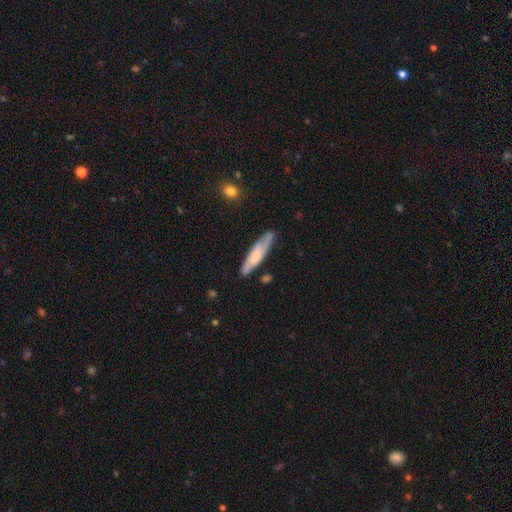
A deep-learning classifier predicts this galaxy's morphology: A smooth galaxy with no disk features (59%) that is cigar-shaped (83%).

Vote fractions:
- Smooth or featured? smooth: 59% / featured or disk: 36% / star or artifact: 5%
- How rounded? cigar-shaped: 83% / in between: 16% / round: 1%
- Merging? none: 75% / minor disturbance: 18% / major disturbance: 4% / merger: 3%